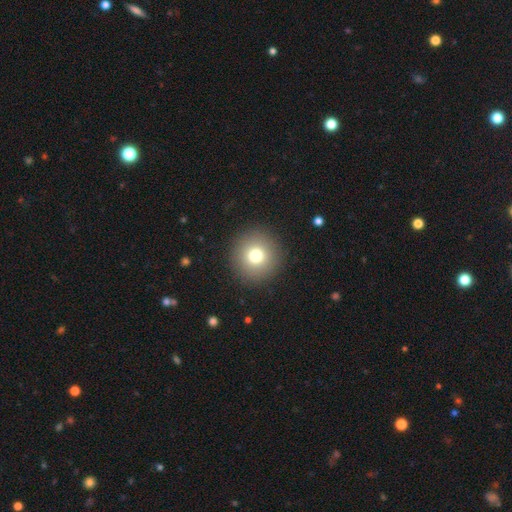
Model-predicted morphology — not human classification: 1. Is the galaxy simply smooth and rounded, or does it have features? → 77% smooth, 12% star or artifact, 11% featured or disk.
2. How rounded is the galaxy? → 95% round, 4% in between, 1% cigar-shaped.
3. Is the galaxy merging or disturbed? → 91% none, 5% minor disturbance, 3% major disturbance, 1% merger.